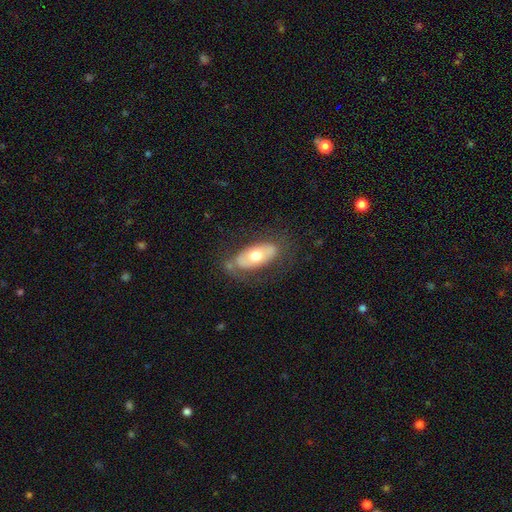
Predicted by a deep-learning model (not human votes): Morphology: type=smooth (52%); roundness=in between (88%); merging=none (72%).